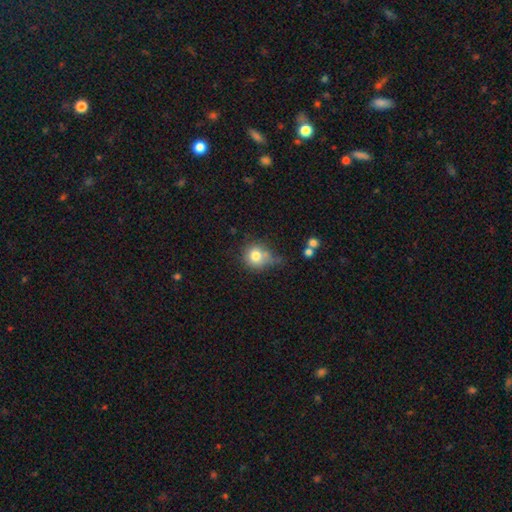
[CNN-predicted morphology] A smooth galaxy with no disk features (78%) that is round (86%). Merging: none (48%).